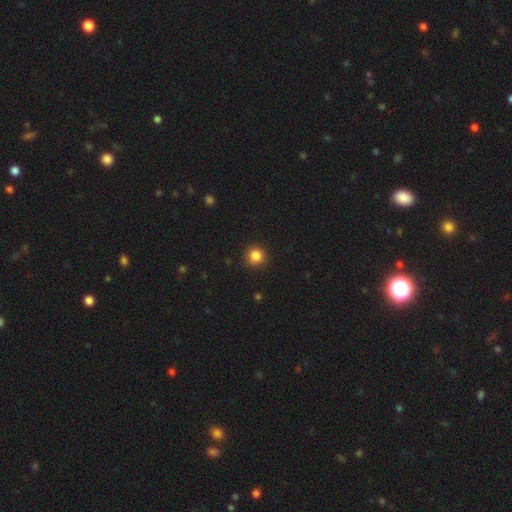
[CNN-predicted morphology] Smooth or featured?
  - smooth: 85% *
  - star or artifact: 11%
  - featured or disk: 4%
How rounded?
  - round: 94% *
  - in between: 5%
  - cigar-shaped: 1%
Merging?
  - none: 90% *
  - minor disturbance: 7%
  - major disturbance: 2%
  - merger: 1%